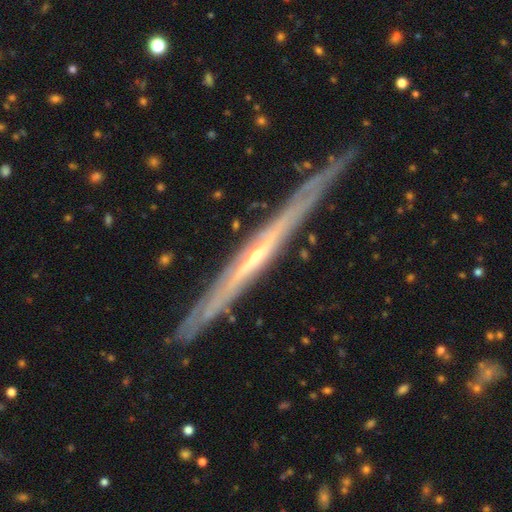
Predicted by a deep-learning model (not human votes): Smooth or featured?
  - featured or disk: 81% *
  - smooth: 13%
  - star or artifact: 6%
Edge-on disk?
  - yes: 95% *
  - no: 5%
Edge-on bulge?
  - none: 53% *
  - rounded: 43%
  - boxy: 3%
Merging?
  - none: 86% *
  - minor disturbance: 11%
  - major disturbance: 2%
  - merger: 1%